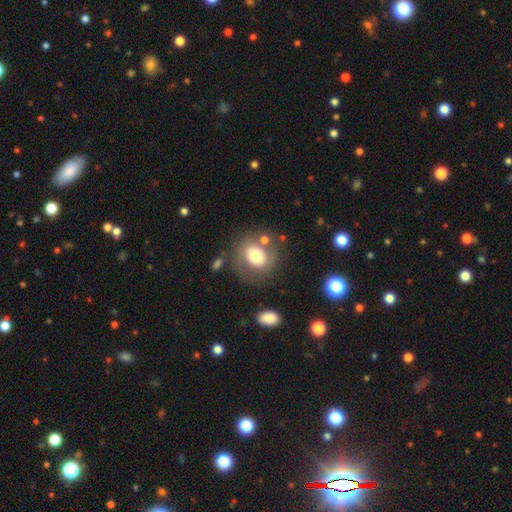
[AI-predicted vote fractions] A smooth galaxy with no disk features (65%) that is round (68%). Merging: none (66%).